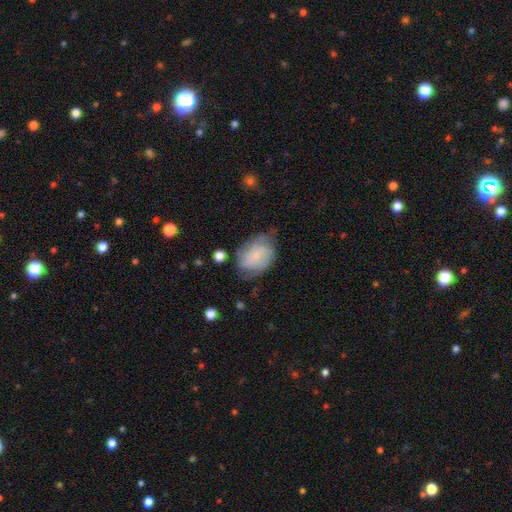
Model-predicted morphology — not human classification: The model was most divided on "merging": none: 49%, minor disturbance: 34%, major disturbance: 14%, merger: 3%. More confident: how rounded — in between (76%); smooth or featured — smooth (60%).